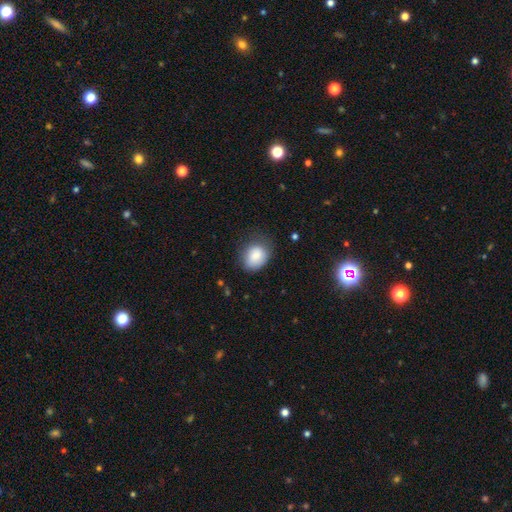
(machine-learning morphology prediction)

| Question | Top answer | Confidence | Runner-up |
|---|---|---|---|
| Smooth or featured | smooth | 84% | featured or disk (8%) |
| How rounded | in between | 58% | round (41%) |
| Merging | none | 62% | minor disturbance (28%) |